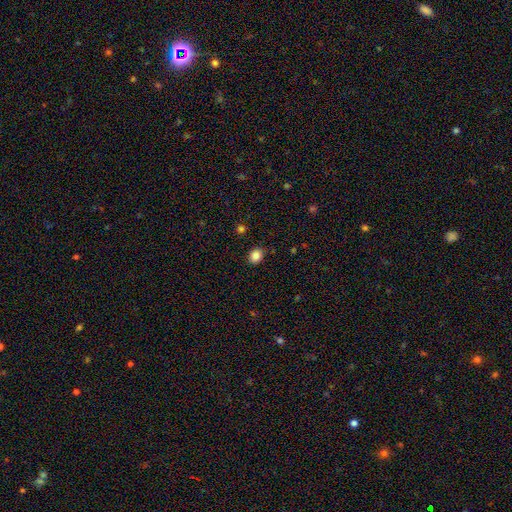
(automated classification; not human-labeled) Morphology: type=smooth (86%); roundness=in between (50%); merging=none (87%).